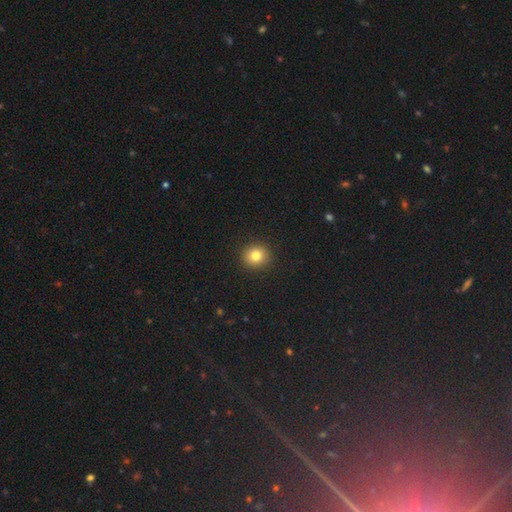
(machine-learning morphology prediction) This appears to be a smooth galaxy with no disk features (82%) that is round (90%). Merging: none (92%).